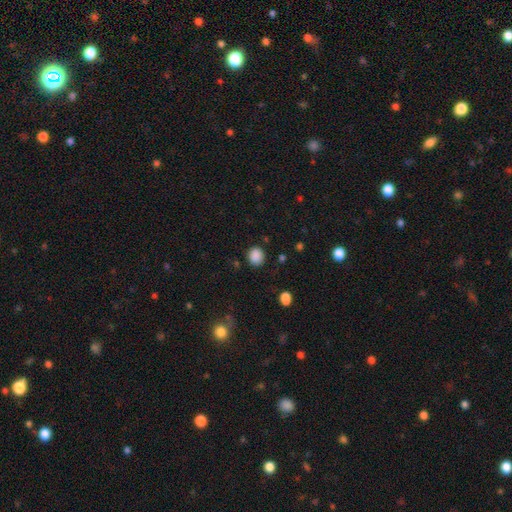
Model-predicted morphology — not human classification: Smooth or featured? smooth (87%)
How rounded? round (83%)
Merging? none (86%)